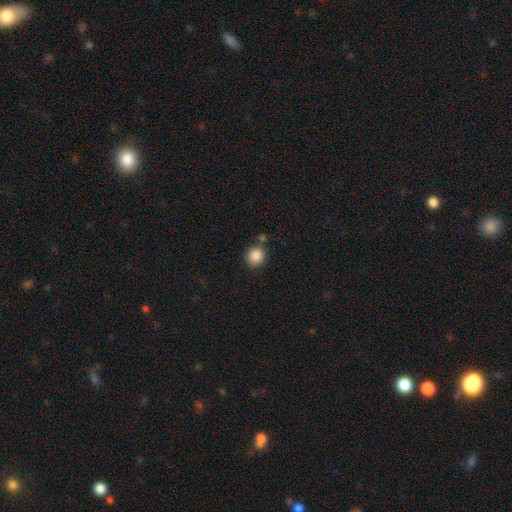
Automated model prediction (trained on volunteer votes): smooth-or-featured: smooth: 87% | star or artifact: 9% | featured or disk: 4%
  how-rounded: round: 88% | in between: 11% | cigar-shaped: 1%
  merging: none: 80% | minor disturbance: 9% | merger: 7% | major disturbance: 3%